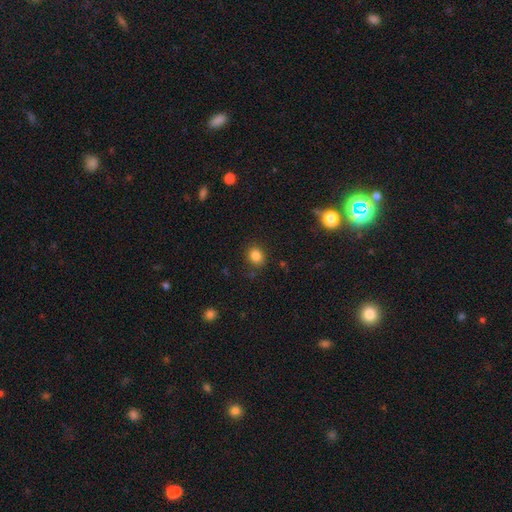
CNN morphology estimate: This appears to be a smooth galaxy with no disk features (83%) that is round (65%). Merging: none (86%).